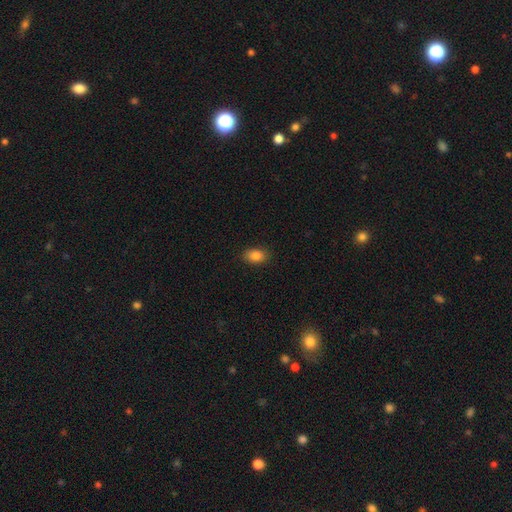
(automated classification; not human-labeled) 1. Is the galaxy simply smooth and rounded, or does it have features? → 84% smooth, 9% star or artifact, 6% featured or disk.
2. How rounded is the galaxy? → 84% in between, 15% round, 2% cigar-shaped.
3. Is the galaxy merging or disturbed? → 88% none, 9% minor disturbance, 2% major disturbance, 1% merger.